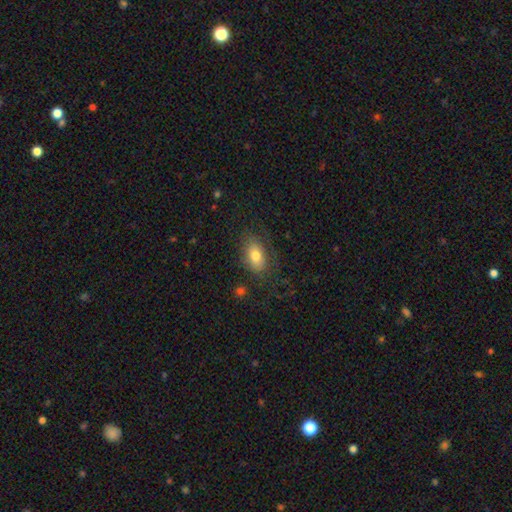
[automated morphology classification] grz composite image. It shows a smooth galaxy with no disk features (75%) that is in between round and cigar-shaped (88%). Merging: none (72%).